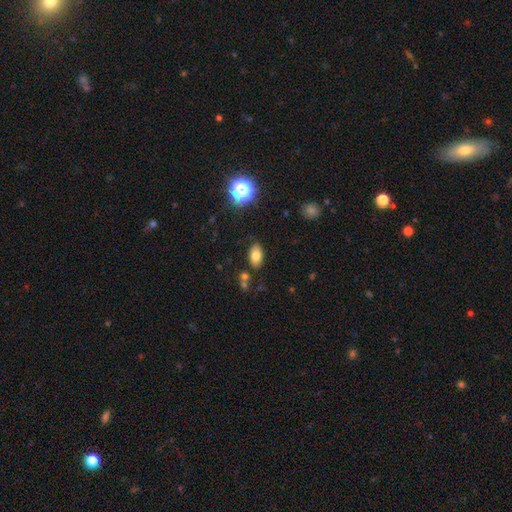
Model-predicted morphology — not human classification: Q: Smooth or featured?
A: smooth (77%); runner-up: star or artifact (12%)
Q: How rounded?
A: in between (90%); runner-up: round (8%)
Q: Merging?
A: none (80%); runner-up: minor disturbance (12%)